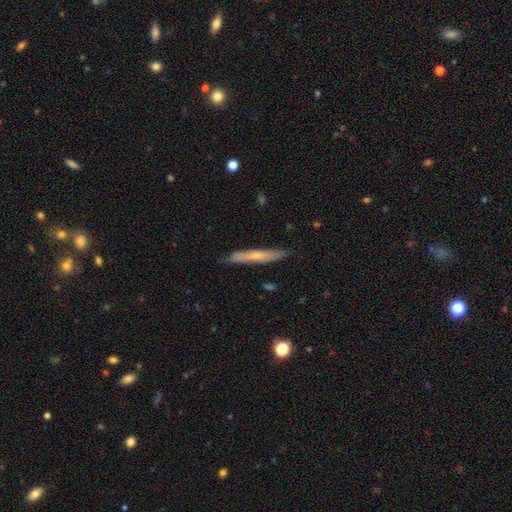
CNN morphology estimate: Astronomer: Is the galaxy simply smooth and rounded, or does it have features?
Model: smooth — 51% (runner-up: featured or disk, 43%).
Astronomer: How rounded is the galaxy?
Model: cigar-shaped — 93%.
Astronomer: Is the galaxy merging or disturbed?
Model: none — 86%.